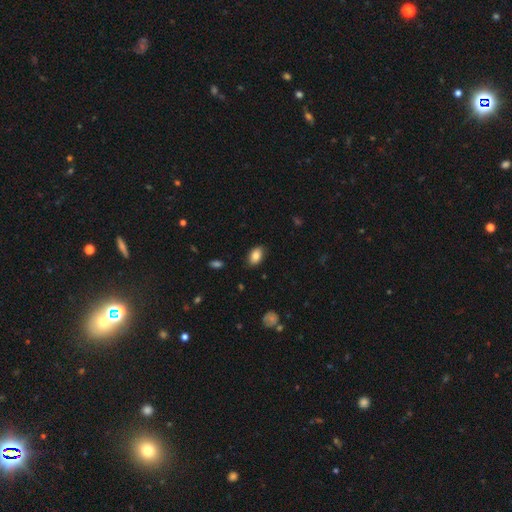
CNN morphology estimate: smooth-or-featured: smooth: 84% | featured or disk: 8% | star or artifact: 8%
  how-rounded: in between: 90% | round: 8% | cigar-shaped: 2%
  merging: none: 84% | minor disturbance: 12% | major disturbance: 3% | merger: 1%